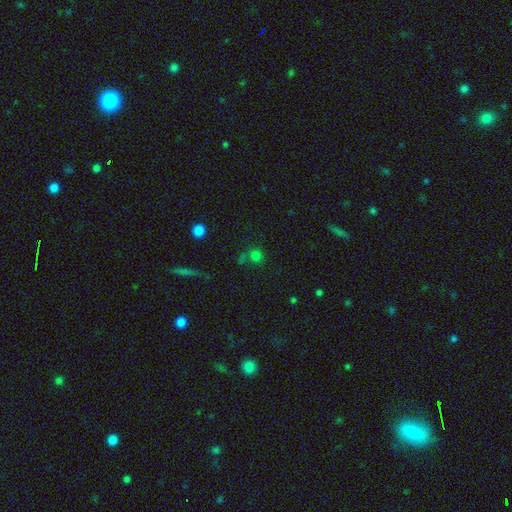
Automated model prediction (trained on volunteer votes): Q: Smooth or featured?
A: smooth (67%); runner-up: star or artifact (26%)
Q: How rounded?
A: round (88%); runner-up: in between (11%)
Q: Merging?
A: none (64%); runner-up: merger (18%)